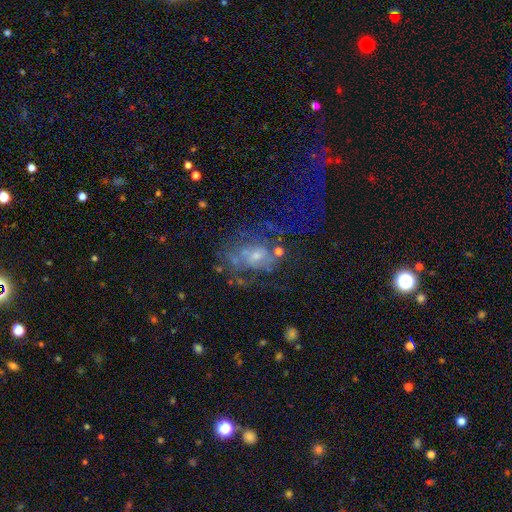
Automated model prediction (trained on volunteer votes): featured or disk 61%, smooth 24%, star or artifact 15%. Down the decision tree: edge-on disk — no (97%); bar — no (75%); spiral arms — no (51%); bulge size — small (51%); merging — none (37%, tied with major disturbance).